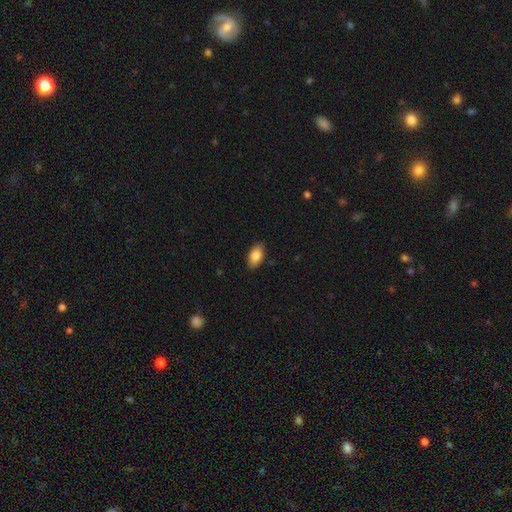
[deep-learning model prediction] Smooth or featured?
  - smooth: 84% *
  - featured or disk: 9%
  - star or artifact: 7%
How rounded?
  - in between: 93% *
  - round: 5%
  - cigar-shaped: 3%
Merging?
  - none: 86% *
  - minor disturbance: 11%
  - major disturbance: 2%
  - merger: 1%